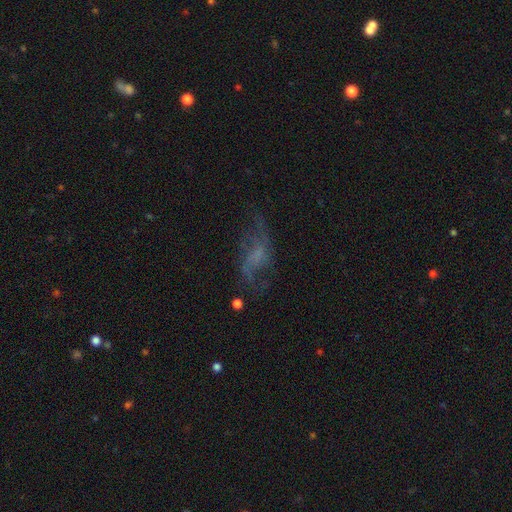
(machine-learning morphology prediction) featured or disk 63%, smooth 21%, star or artifact 16%. Down the decision tree: edge-on disk — no (93%); bar — no (61%); spiral arms — yes (75%); bulge size — none (53%); merging — none (50%).